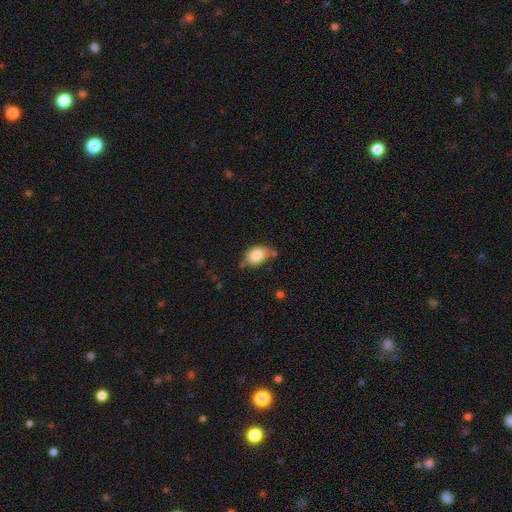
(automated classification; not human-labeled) A smooth galaxy with no disk features (84%) that is in between round and cigar-shaped (83%).

Vote fractions:
- Smooth or featured? smooth: 84% / featured or disk: 8% / star or artifact: 8%
- How rounded? in between: 83% / round: 16% / cigar-shaped: 1%
- Merging? none: 65% / minor disturbance: 23% / merger: 7% / major disturbance: 5%